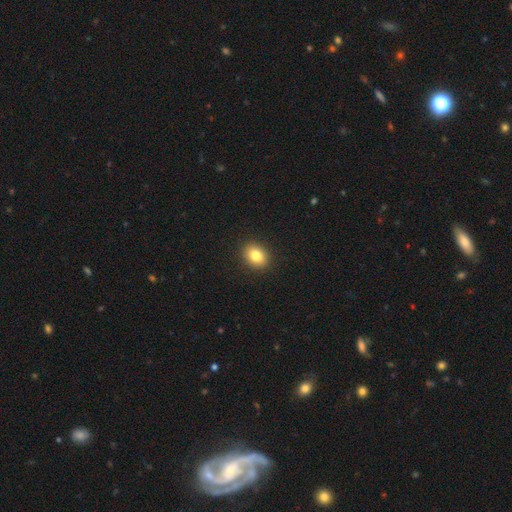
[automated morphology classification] Q: Smooth or featured?
A: smooth (83%); runner-up: star or artifact (9%)
Q: How rounded?
A: in between (54%); runner-up: round (45%)
Q: Merging?
A: none (91%); runner-up: minor disturbance (6%)